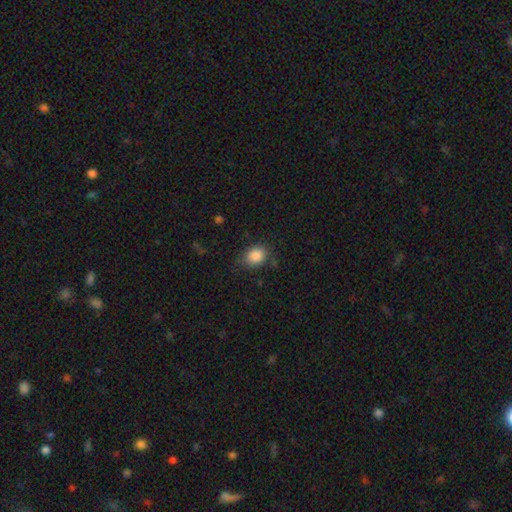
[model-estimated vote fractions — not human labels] Smooth or featured? smooth (87%)
How rounded? in between (63%)
Merging? none (74%)